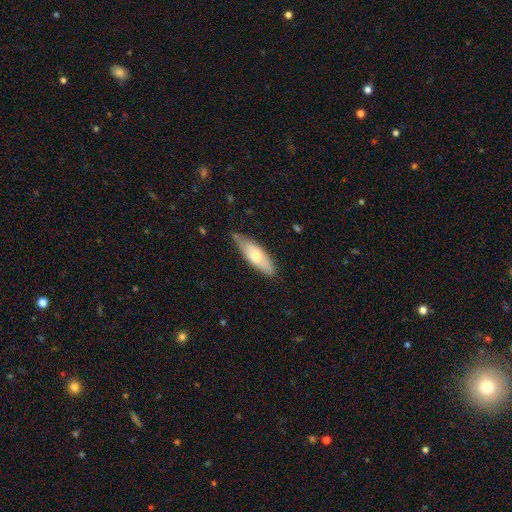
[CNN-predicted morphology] Smooth or featured: smooth — 63% (featured or disk — 32%)
How rounded: in between — 59% (cigar-shaped — 39%)
Merging: none — 68% (minor disturbance — 25%)